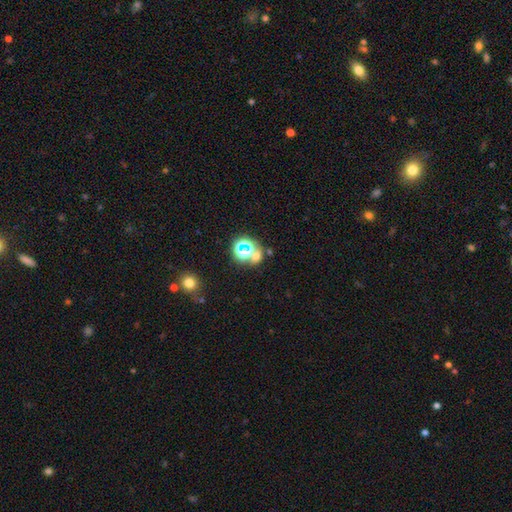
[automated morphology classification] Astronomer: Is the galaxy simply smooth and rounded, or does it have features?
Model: smooth — 46% (runner-up: star or artifact, 44%).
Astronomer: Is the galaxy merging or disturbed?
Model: none — 59%.